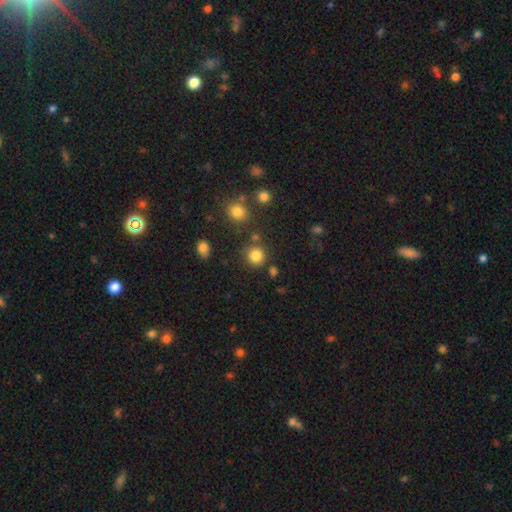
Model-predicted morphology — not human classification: Smooth or featured: smooth — 83% (star or artifact — 12%)
How rounded: round — 91% (in between — 8%)
Merging: none — 82% (minor disturbance — 8%)